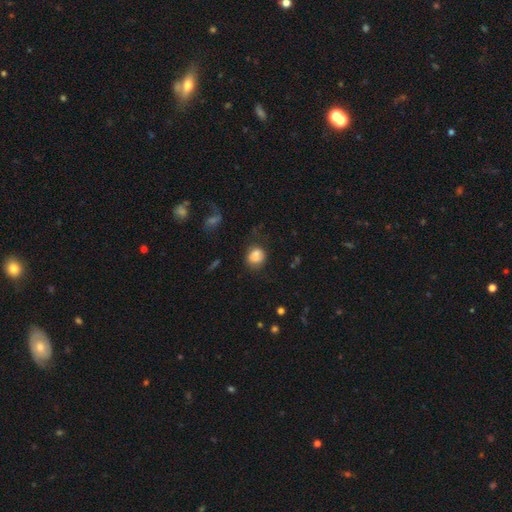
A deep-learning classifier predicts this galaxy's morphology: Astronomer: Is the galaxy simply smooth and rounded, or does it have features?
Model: smooth — 79%.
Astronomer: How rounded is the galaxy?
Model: round — 73%.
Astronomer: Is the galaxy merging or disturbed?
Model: none — 56%.